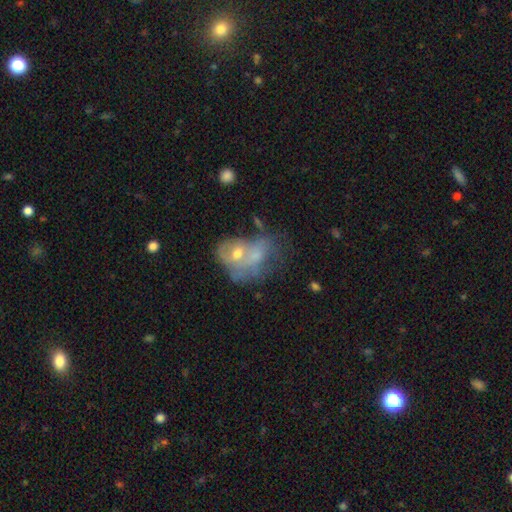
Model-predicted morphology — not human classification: Q: Smooth or featured?
A: featured or disk (46%); runner-up: smooth (43%)
Q: Merging?
A: merger (50%); runner-up: major disturbance (20%)